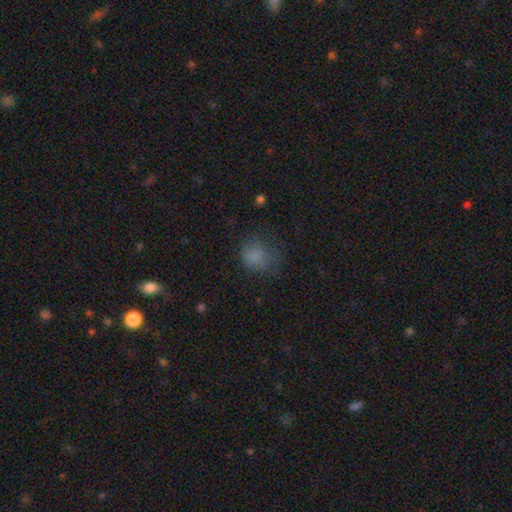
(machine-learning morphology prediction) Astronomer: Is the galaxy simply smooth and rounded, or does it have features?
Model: smooth — 77%.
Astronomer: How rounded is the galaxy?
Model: round — 64%.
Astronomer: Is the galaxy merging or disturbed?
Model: none — 52%.